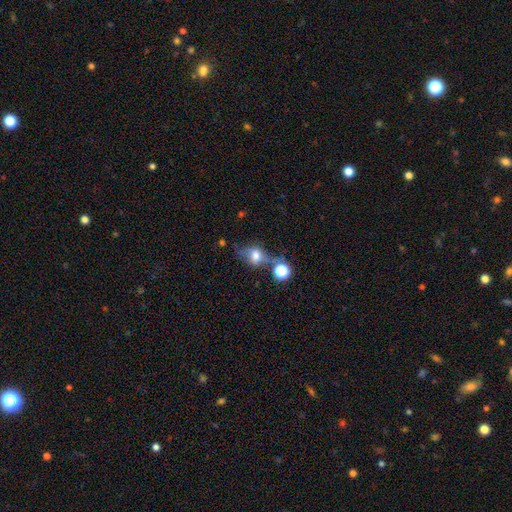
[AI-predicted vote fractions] This is possibly a smooth galaxy (53%). How rounded: possibly in between (57%). Merging: possibly none (50%).